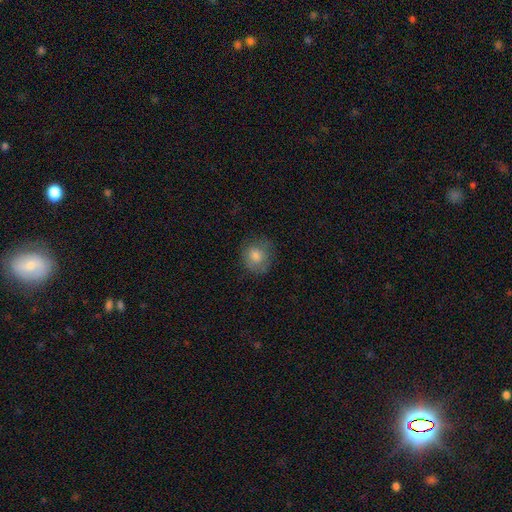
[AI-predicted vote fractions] smooth_or_featured: smooth (p=0.76) [alt: featured or disk p=0.14]
how_rounded: round (p=0.80) [alt: in between p=0.19]
merging: none (p=0.76) [alt: minor disturbance p=0.18]